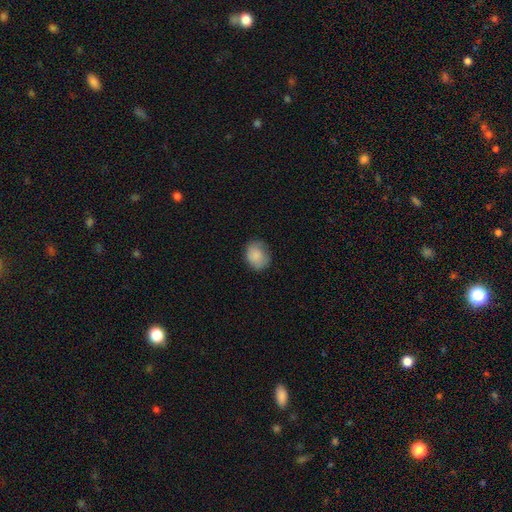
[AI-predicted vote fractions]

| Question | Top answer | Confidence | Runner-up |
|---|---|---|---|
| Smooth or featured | smooth | 85% | star or artifact (7%) |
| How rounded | round | 55% | in between (45%) |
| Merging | none | 72% | minor disturbance (22%) |